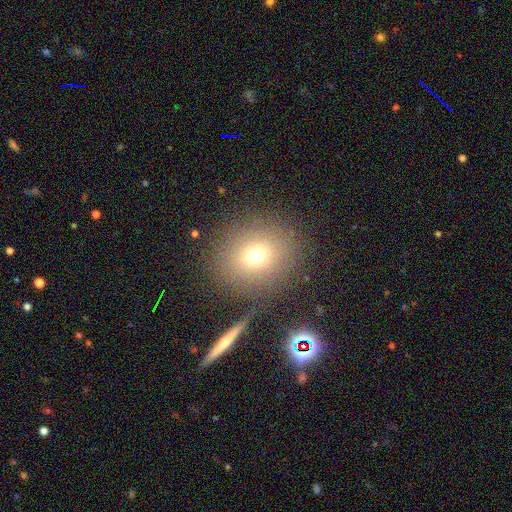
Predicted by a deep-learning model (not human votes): Smooth or featured? smooth (70%)
How rounded? round (78%)
Merging? none (83%)